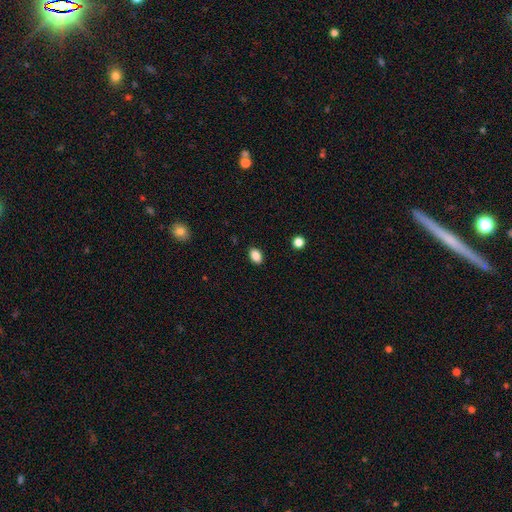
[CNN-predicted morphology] smooth-or-featured: smooth: 87% | star or artifact: 9% | featured or disk: 4%
  how-rounded: in between: 84% | round: 14% | cigar-shaped: 1%
  merging: none: 89% | minor disturbance: 8% | major disturbance: 2% | merger: 1%